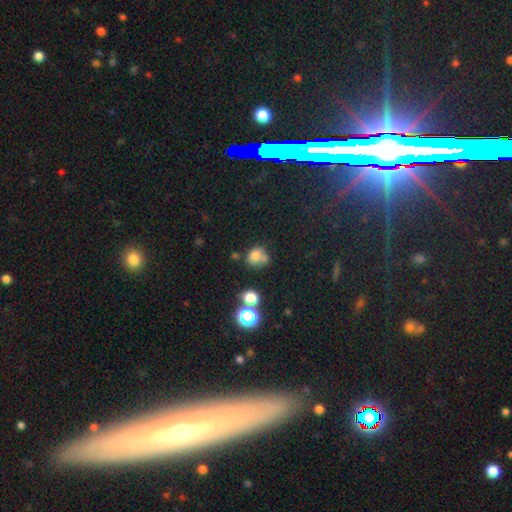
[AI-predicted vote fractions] Overall: smooth (72%). How rounded: round (69%; in between 30%). Merging: none (50%; merger 26%).